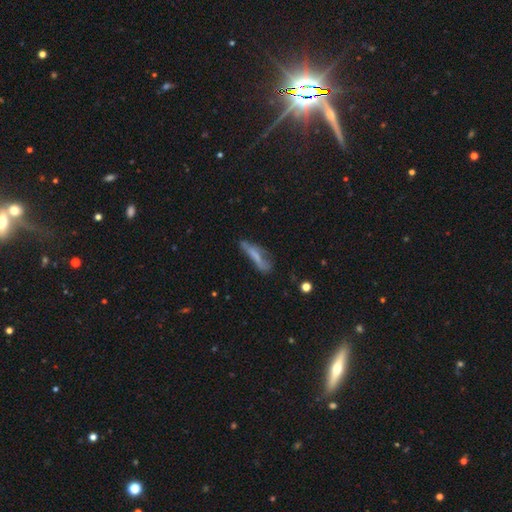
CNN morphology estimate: A smooth galaxy with no disk features (56%) that is cigar-shaped (79%). Merging: none (46%).